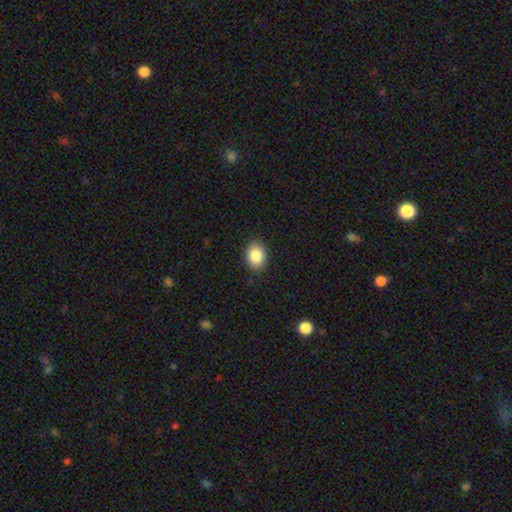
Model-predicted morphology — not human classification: smooth 86%, star or artifact 8%, featured or disk 6%. Down the decision tree: how rounded — in between (66%); merging — none (86%).